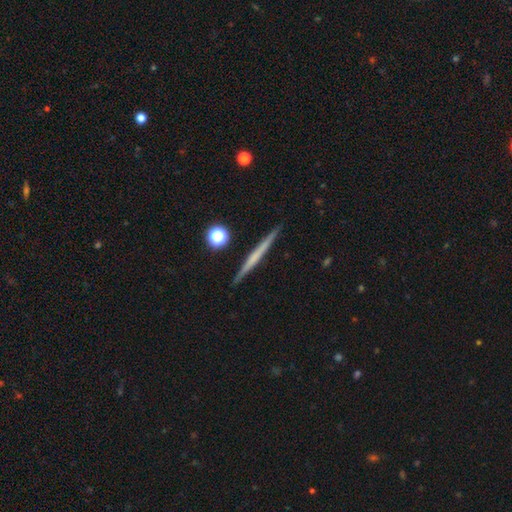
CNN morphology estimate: type=featured or disk (57%); edge-on=yes (97%); edge-on bulge=none (83%); merging=none (92%).